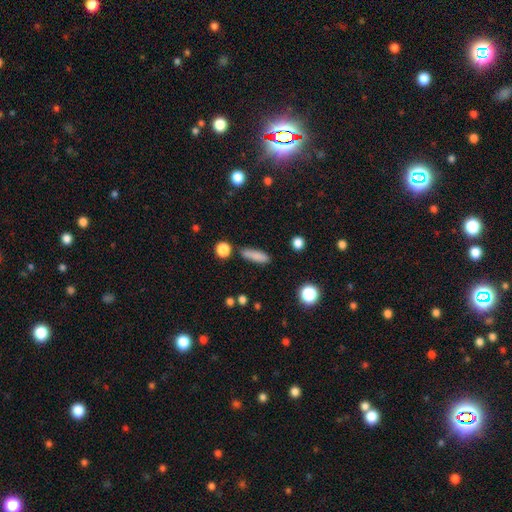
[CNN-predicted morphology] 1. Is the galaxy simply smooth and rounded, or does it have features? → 84% smooth, 8% star or artifact, 8% featured or disk.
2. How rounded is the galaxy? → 60% cigar-shaped, 36% in between, 3% round.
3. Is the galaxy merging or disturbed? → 82% none, 11% minor disturbance, 4% merger, 3% major disturbance.